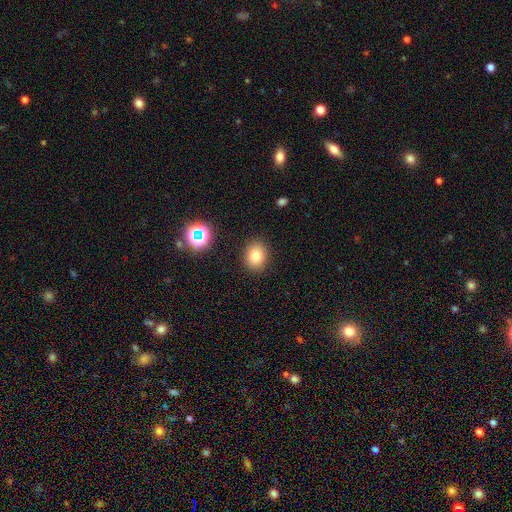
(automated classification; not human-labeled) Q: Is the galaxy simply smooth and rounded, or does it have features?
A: smooth — 78%.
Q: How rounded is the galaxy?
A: round — 50%, tied with in between.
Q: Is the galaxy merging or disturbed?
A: none — 88%.